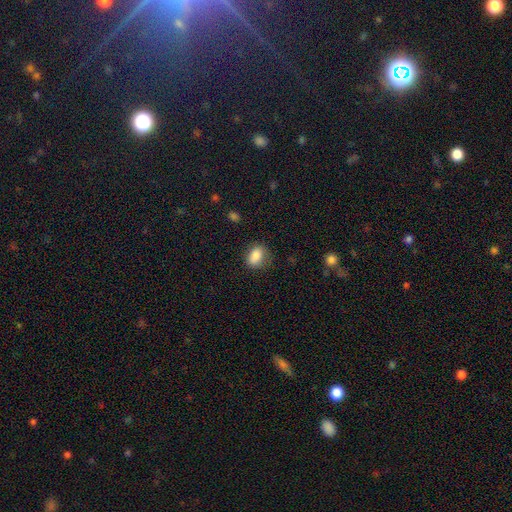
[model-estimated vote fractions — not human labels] This appears to be a smooth galaxy with no disk features (85%) that is in between round and cigar-shaped (73%). Merging: none (74%).